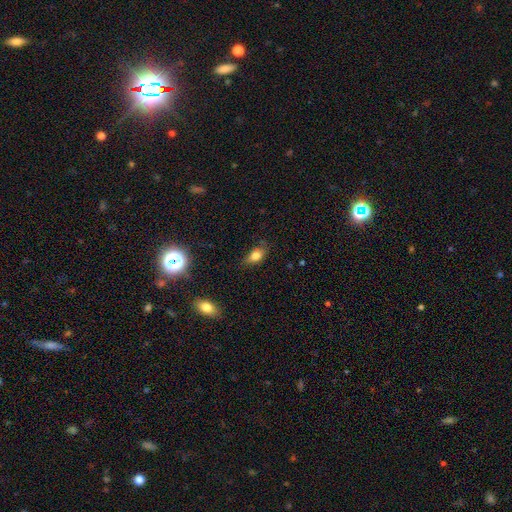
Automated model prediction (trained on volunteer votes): The model was most divided on "merging": none: 70%, minor disturbance: 24%, major disturbance: 5%, merger: 2%. More confident: how rounded — in between (83%); smooth or featured — smooth (78%).